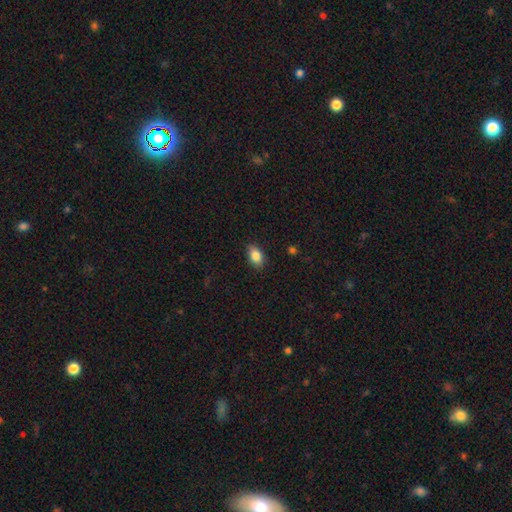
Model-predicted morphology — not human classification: smooth-or-featured: smooth: 85% | star or artifact: 8% | featured or disk: 7%
  how-rounded: in between: 88% | round: 9% | cigar-shaped: 2%
  merging: none: 86% | minor disturbance: 11% | major disturbance: 2% | merger: 1%